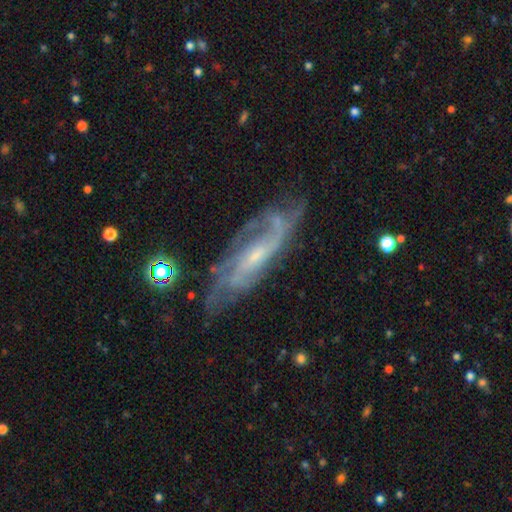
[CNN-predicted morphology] The model was most divided on "bar": no: 46%, weak: 41%, strong: 13%. Remaining: spiral arms — yes (94%); edge-on disk — no (85%); smooth or featured — featured or disk (84%); bulge size — small (70%); merging — none (67%); spiral winding — medium (45%); spiral arm count — 2 (38%).